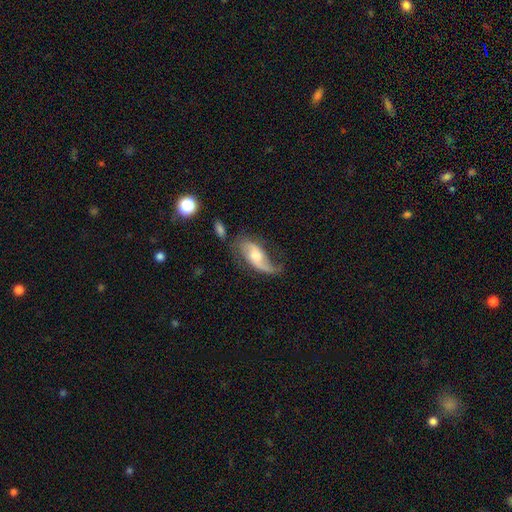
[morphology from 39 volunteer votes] A featured or disk galaxy (87%) with no bar (52%), 2 (72%) loose (66%) spiral arms (88%) and a moderate central bulge (67%). Merging: none (39%).